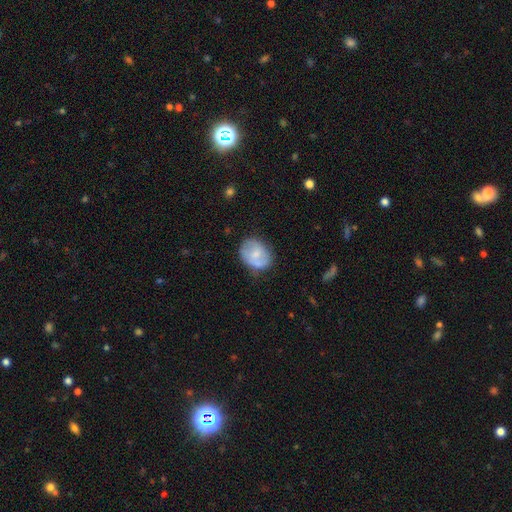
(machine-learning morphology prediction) This appears to be a smooth galaxy with no disk features (51%) that is in between round and cigar-shaped (54%). Merging: none (65%).